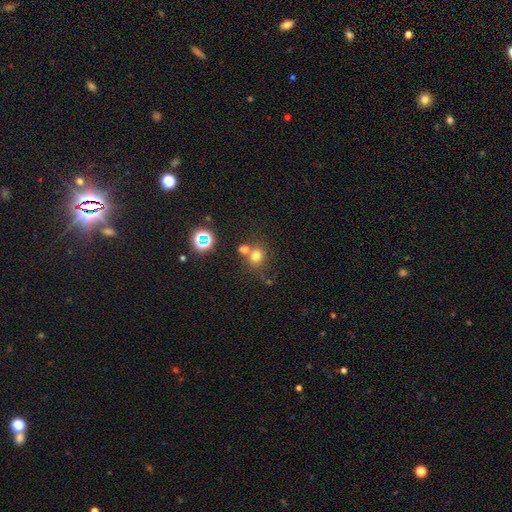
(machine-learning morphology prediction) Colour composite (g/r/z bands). It shows a smooth galaxy with no disk features (70%) that is round (74%). Merging: none (60%).